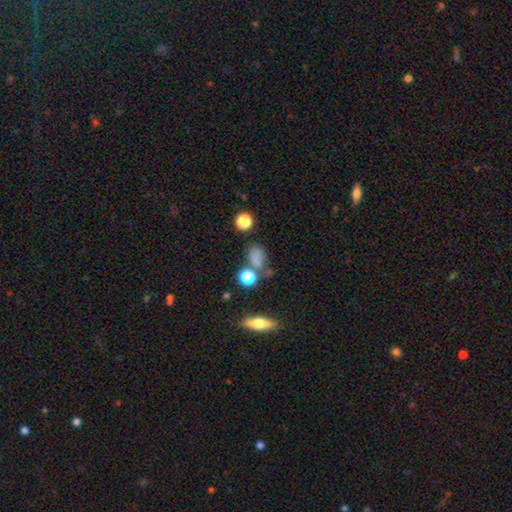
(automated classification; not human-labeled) A smooth galaxy with no disk features (72%) that is in between round and cigar-shaped (70%).

Vote fractions:
- Smooth or featured? smooth: 72% / star or artifact: 19% / featured or disk: 9%
- How rounded? in between: 70% / round: 27% / cigar-shaped: 4%
- Merging? none: 50% / minor disturbance: 20% / merger: 18% / major disturbance: 12%